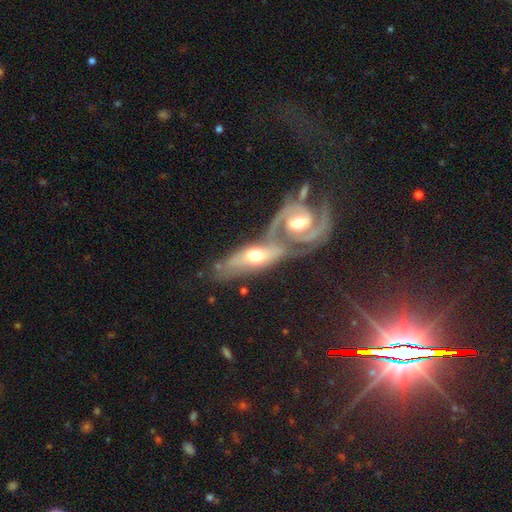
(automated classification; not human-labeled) This appears to be a featured or disk galaxy (75%) with no bar (53%), spiral arms (87%) and a moderate central bulge (71%). Merging: merger (59%).